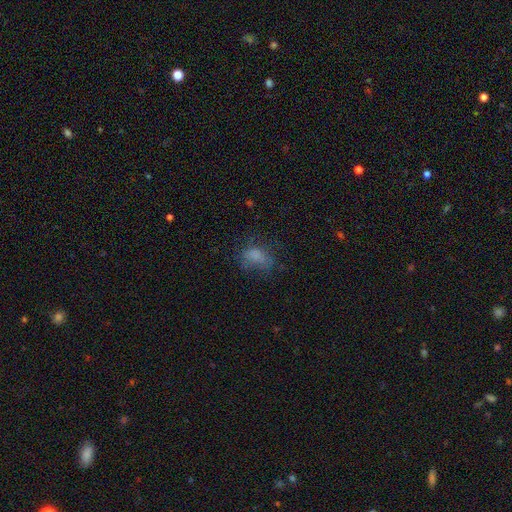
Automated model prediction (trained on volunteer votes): This is likely a smooth galaxy (68%). How rounded: likely in between (79%). Merging: possibly none (47%).